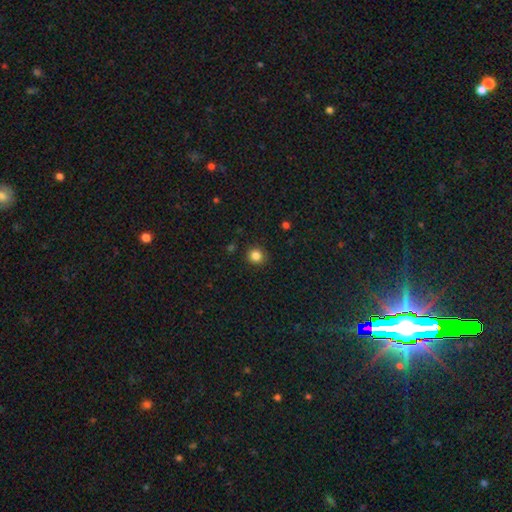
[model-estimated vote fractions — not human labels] smooth-or-featured: smooth: 84% | star or artifact: 12% | featured or disk: 4%
  how-rounded: round: 91% | in between: 8% | cigar-shaped: 1%
  merging: none: 90% | minor disturbance: 6% | major disturbance: 2% | merger: 1%